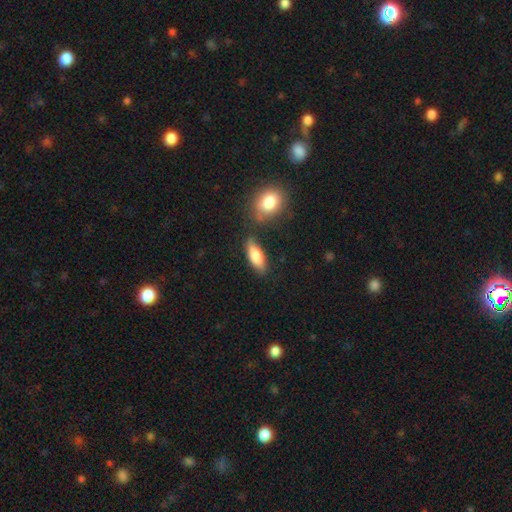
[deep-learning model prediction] Smooth or featured?
  - smooth: 80% *
  - featured or disk: 13%
  - star or artifact: 7%
How rounded?
  - in between: 72% *
  - cigar-shaped: 26%
  - round: 3%
Merging?
  - none: 72% *
  - minor disturbance: 16%
  - merger: 8%
  - major disturbance: 4%